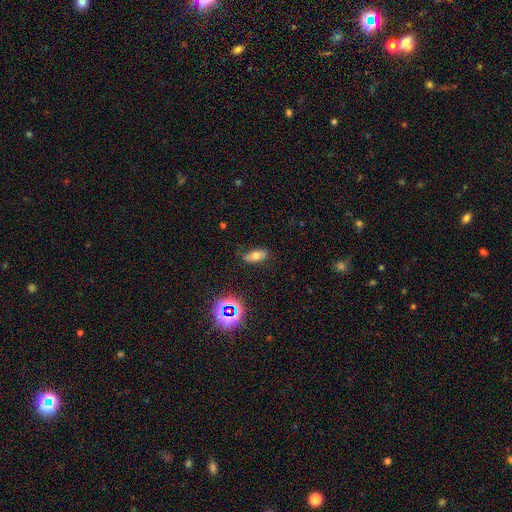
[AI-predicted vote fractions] A smooth galaxy with no disk features (62%) that is in between round and cigar-shaped (84%). Merging: none (75%).